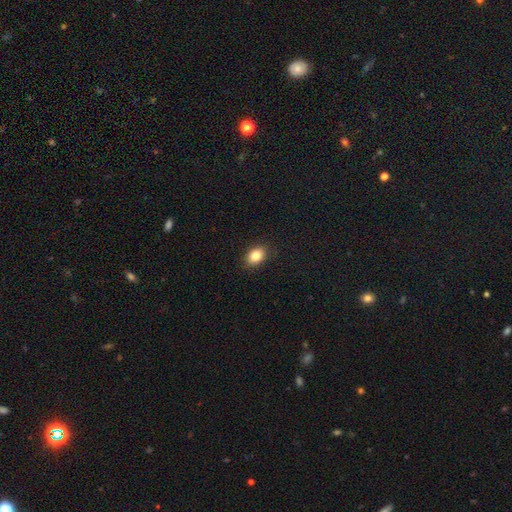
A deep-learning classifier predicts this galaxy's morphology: The model was most divided on "how rounded": in between: 77%, round: 22%, cigar-shaped: 1%. More confident: merging — none (89%); smooth or featured — smooth (84%).